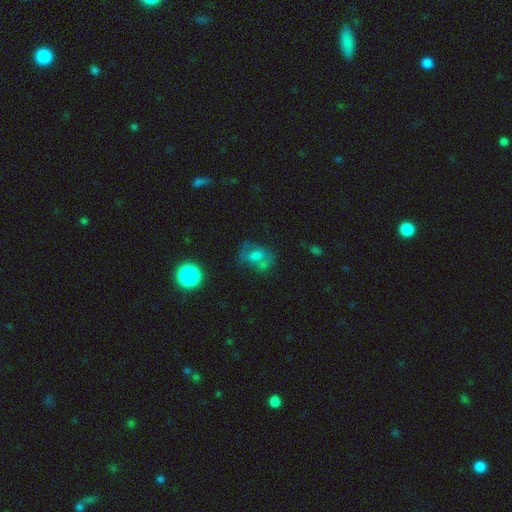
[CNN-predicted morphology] Smooth or featured? smooth (48%)
Merging? none (48%)